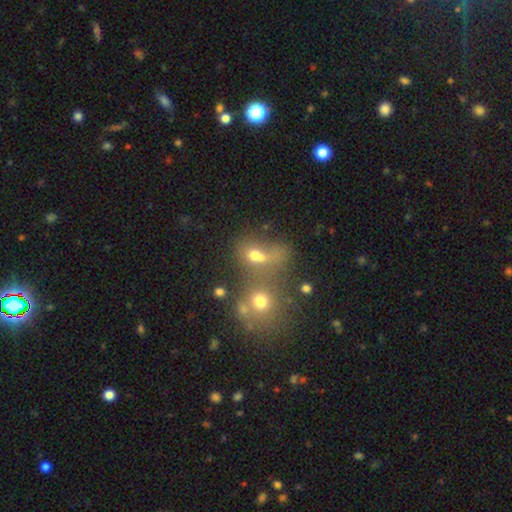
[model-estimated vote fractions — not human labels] Smooth or featured?
  - smooth: 63% *
  - star or artifact: 20%
  - featured or disk: 18%
How rounded?
  - round: 52% *
  - in between: 45%
  - cigar-shaped: 3%
Merging?
  - merger: 55% *
  - none: 26%
  - major disturbance: 10%
  - minor disturbance: 9%